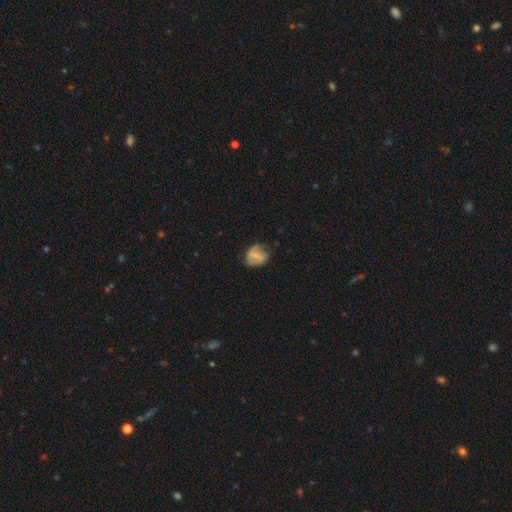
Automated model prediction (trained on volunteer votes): This is possibly a featured or disk galaxy (58%). It is clearly not viewed edge-on (97%). Bar: marginally weak (42%). Spiral arm pattern: clearly yes (82%). Central bulge: possibly none (49%). Merging: likely none (61%).